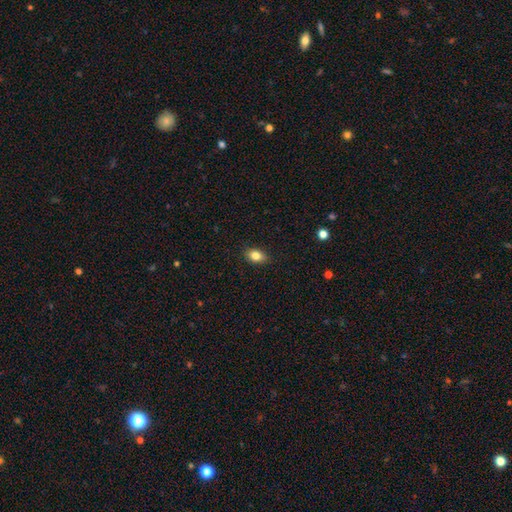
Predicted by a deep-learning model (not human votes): Smooth or featured: smooth — 83% (star or artifact — 9%)
How rounded: in between — 80% (round — 18%)
Merging: none — 87% (minor disturbance — 10%)